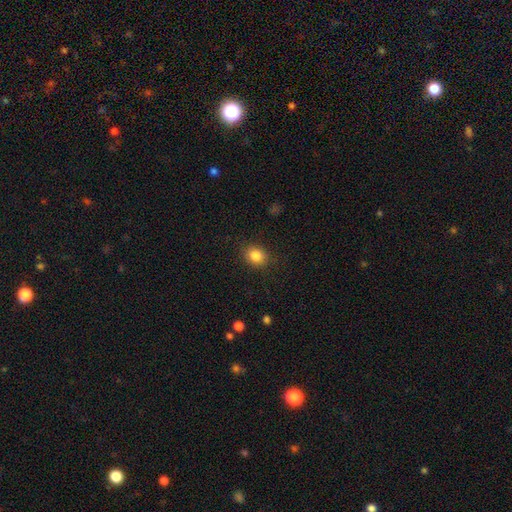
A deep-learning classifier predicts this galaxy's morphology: This appears to be a smooth galaxy with no disk features (84%) that is round (54%). Merging: none (85%).